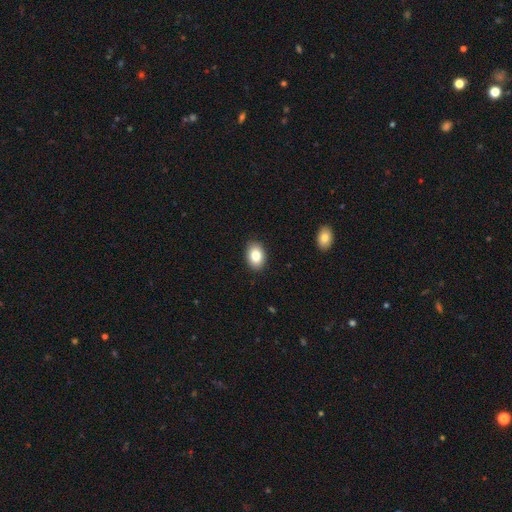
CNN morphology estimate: Smooth or featured: smooth — 84% (star or artifact — 8%)
How rounded: in between — 82% (round — 17%)
Merging: none — 90% (minor disturbance — 8%)